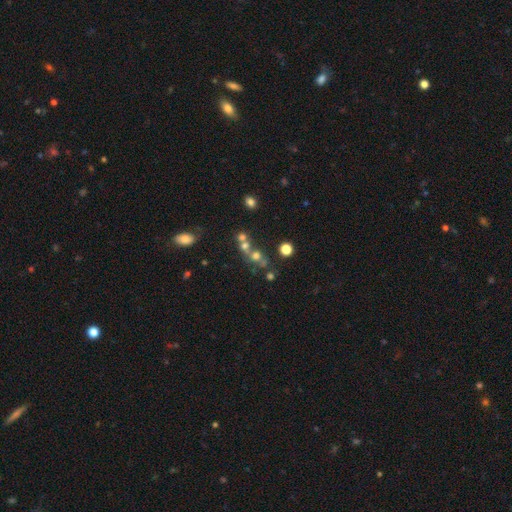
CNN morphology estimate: Smooth or featured?
  - smooth: 46% *
  - star or artifact: 30%
  - featured or disk: 24%
Merging?
  - merger: 42% * (tied)
  - none: 42% * (tied)
  - minor disturbance: 9%
  - major disturbance: 6%